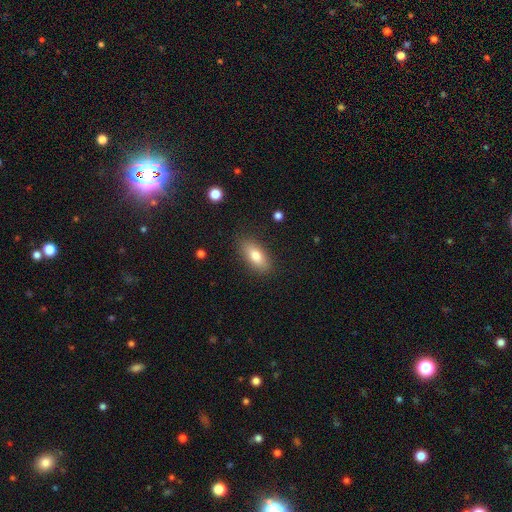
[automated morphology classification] Smooth or featured? smooth (80%)
How rounded? in between (85%)
Merging? none (85%)